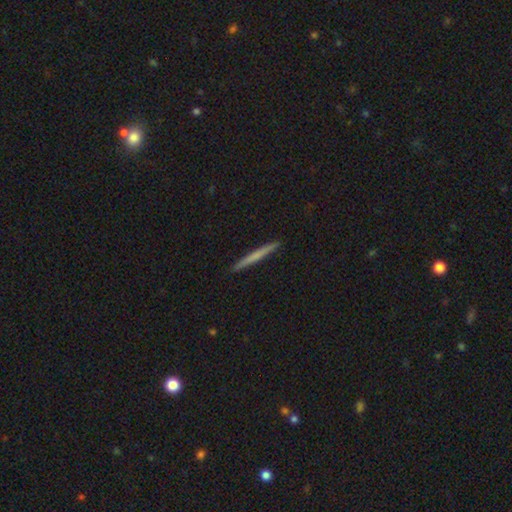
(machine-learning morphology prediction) The model was most divided on "smooth or featured": smooth: 57%, featured or disk: 37%, star or artifact: 5%. More confident: how rounded — cigar-shaped (97%); merging — none (93%).